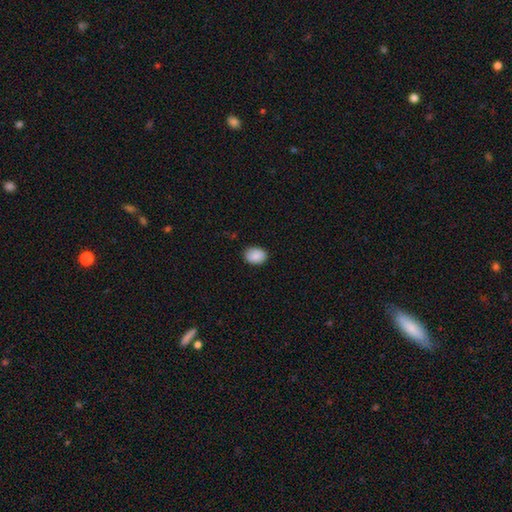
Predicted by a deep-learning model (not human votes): Smooth or featured: smooth — 88% (star or artifact — 7%)
How rounded: in between — 68% (round — 31%)
Merging: none — 88% (minor disturbance — 10%)